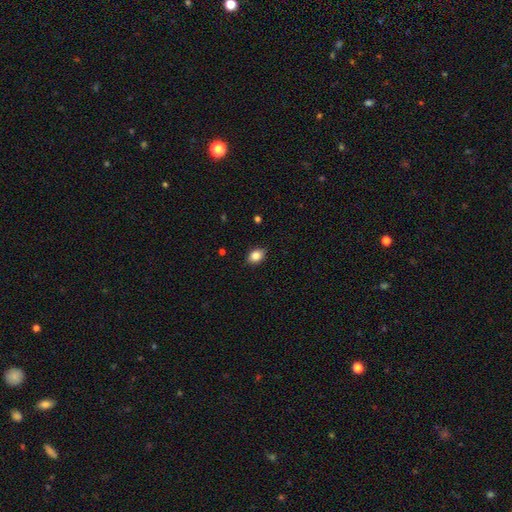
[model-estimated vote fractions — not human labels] The model was most divided on "how rounded": in between: 71%, round: 28%, cigar-shaped: 1%. More confident: smooth or featured — smooth (85%); merging — none (85%).